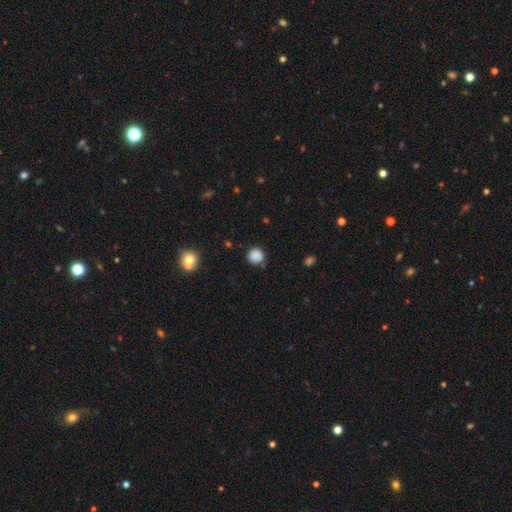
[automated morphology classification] smooth 85%, star or artifact 11%, featured or disk 4%. Down the decision tree: how rounded — round (91%); merging — none (79%).